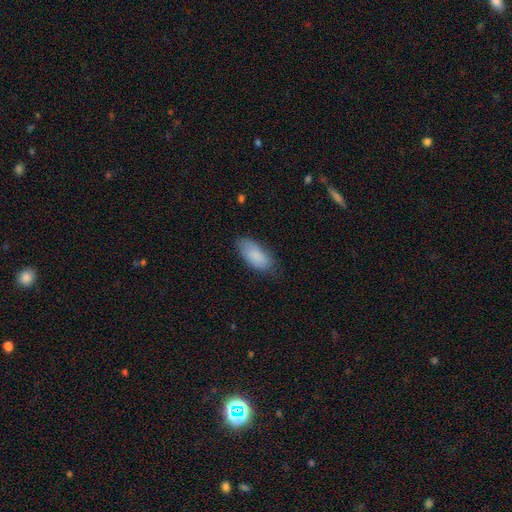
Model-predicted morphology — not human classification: This is clearly a smooth galaxy (87%). How rounded: clearly in between (89%). Merging: likely none (75%).